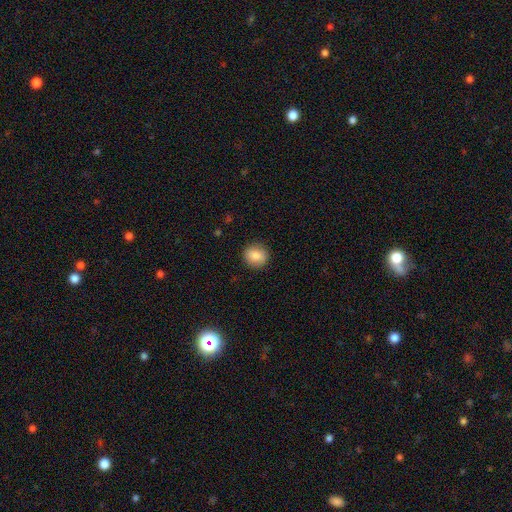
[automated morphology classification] The model was most divided on "how rounded": round: 85%, in between: 14%, cigar-shaped: 1%. More confident: merging — none (89%); smooth or featured — smooth (85%).